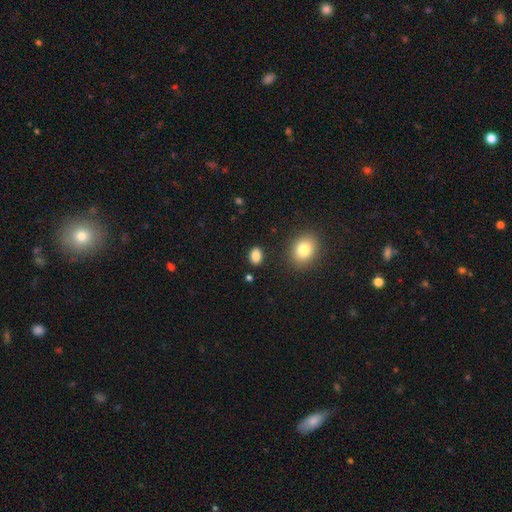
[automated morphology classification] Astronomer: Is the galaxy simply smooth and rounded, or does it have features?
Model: smooth — 85%.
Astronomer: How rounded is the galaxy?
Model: in between — 68%.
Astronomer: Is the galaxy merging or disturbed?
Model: none — 86%.